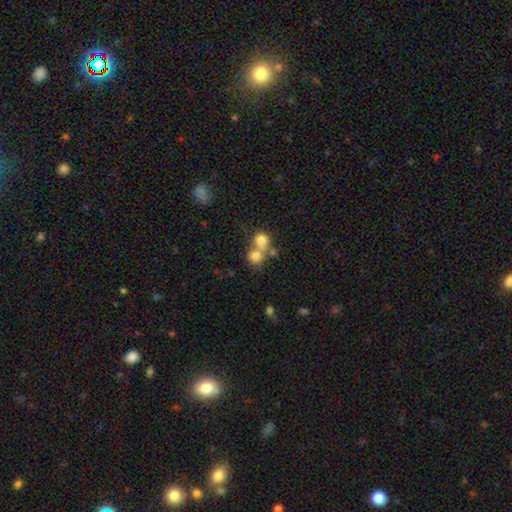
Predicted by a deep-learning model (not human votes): Smooth or featured? Predicted: smooth (p=0.75). How rounded? Predicted: round (p=0.76). Merging? Predicted: merger (p=0.57).